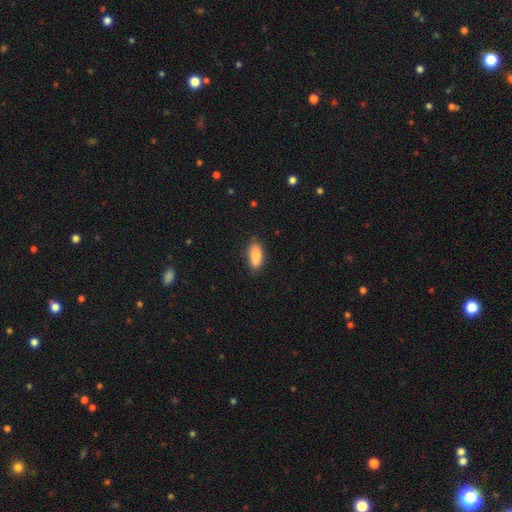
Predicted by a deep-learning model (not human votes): Overall: smooth (89%). How rounded: in between (85%). Merging: none (81%).